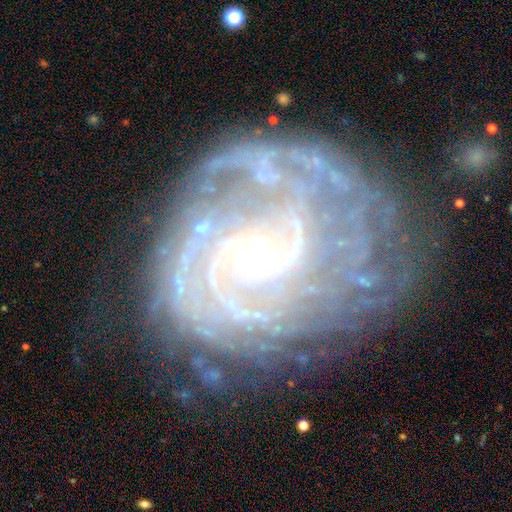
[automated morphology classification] Smooth or featured?
  - featured or disk: 89% *
  - star or artifact: 6%
  - smooth: 5%
Edge-on disk?
  - no: 97% *
  - yes: 3%
Bar?
  - no: 70% *
  - weak: 22%
  - strong: 8%
Spiral arms?
  - yes: 97% *
  - no: 3%
Spiral winding?
  - tight: 75% *
  - medium: 20%
  - loose: 4%
Spiral arm count?
  - can't tell: 29% *
  - 2: 19%
  - 3: 17%
  - 4: 15%
  - more than 4: 12%
  - 1: 8%
Bulge size?
  - small: 78% *
  - moderate: 18%
  - none: 2%
  - large: 2%
  - dominant: 1%
Merging?
  - none: 69% *
  - minor disturbance: 20%
  - major disturbance: 9%
  - merger: 2%